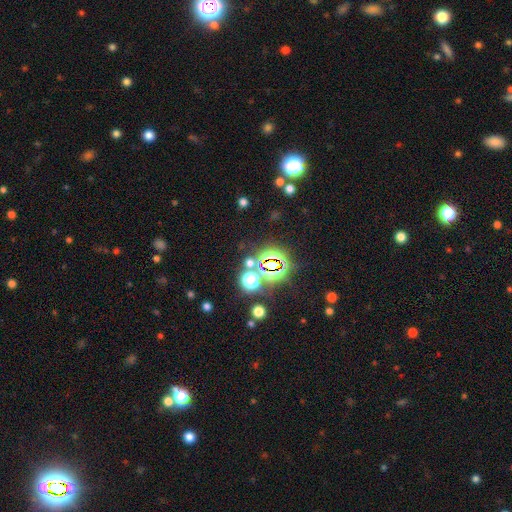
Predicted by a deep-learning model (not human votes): Q: Smooth or featured?
A: star or artifact (74%); runner-up: smooth (18%)